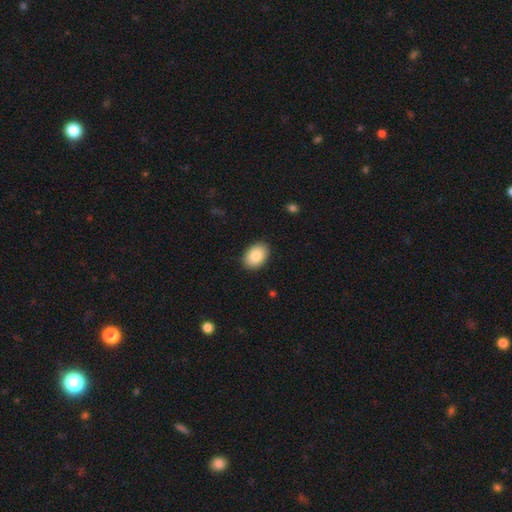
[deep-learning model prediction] A smooth galaxy with no disk features (85%) that is in between round and cigar-shaped (81%). Merging: none (89%).